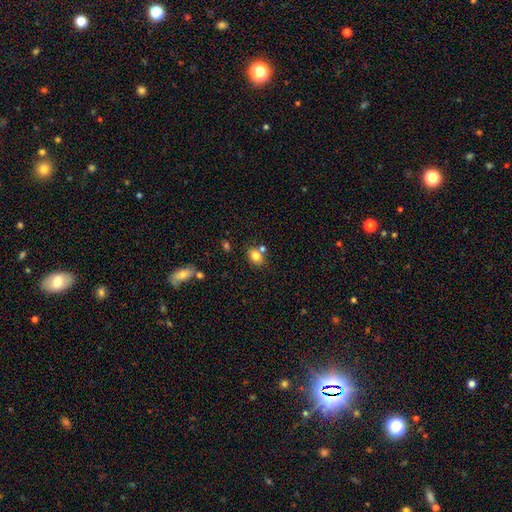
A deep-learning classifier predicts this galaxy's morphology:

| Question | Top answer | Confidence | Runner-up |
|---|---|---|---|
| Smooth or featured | smooth | 80% | star or artifact (11%) |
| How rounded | in between | 61% | round (38%) |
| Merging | none | 61% | merger (22%) |